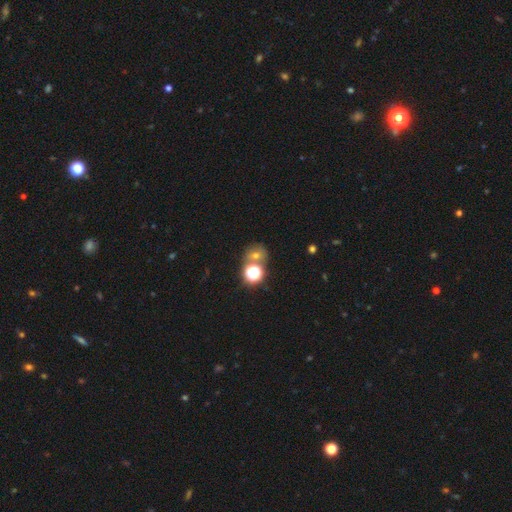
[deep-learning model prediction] This appears to be a smooth galaxy with no disk features (54%) that is round (76%). Merging: none (57%).